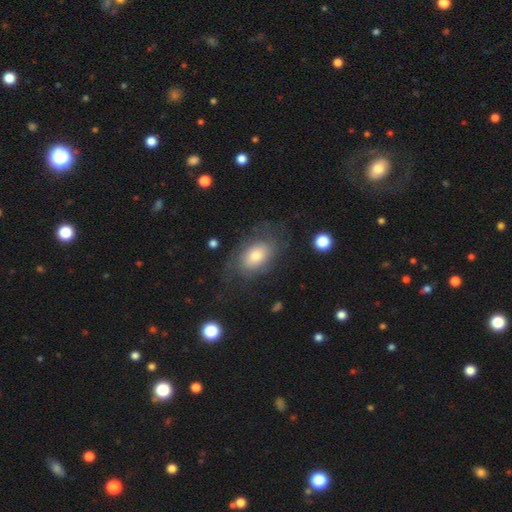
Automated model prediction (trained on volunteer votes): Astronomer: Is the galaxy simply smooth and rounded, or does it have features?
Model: smooth — 48% (runner-up: featured or disk, 43%).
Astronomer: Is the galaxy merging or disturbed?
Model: none — 62%.